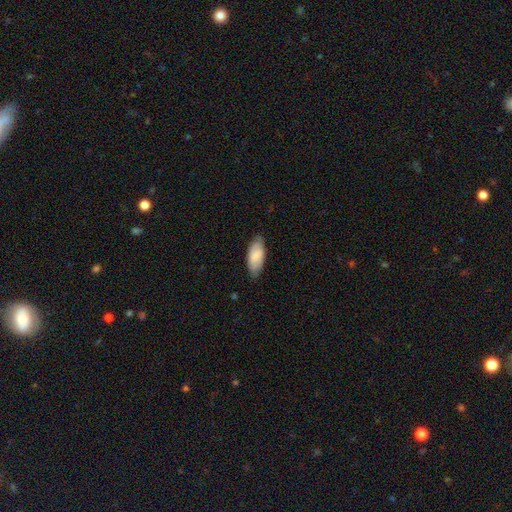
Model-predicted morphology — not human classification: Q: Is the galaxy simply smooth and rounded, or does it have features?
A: smooth — 86%.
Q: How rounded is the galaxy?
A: in between — 86%.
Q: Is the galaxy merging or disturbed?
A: none — 78%.